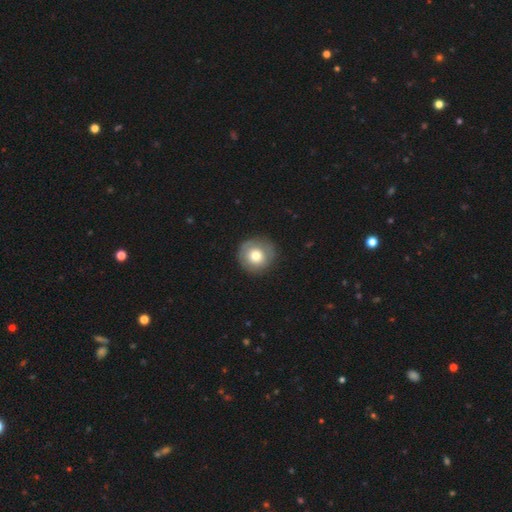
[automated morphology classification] Smooth or featured? Predicted: smooth (p=0.68). How rounded? Predicted: round (p=0.93). Merging? Predicted: none (p=0.84).